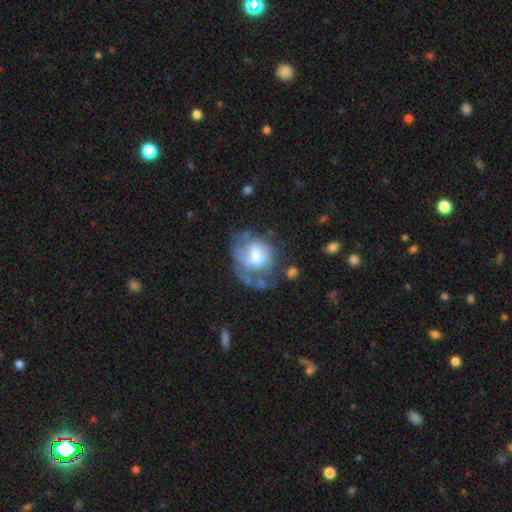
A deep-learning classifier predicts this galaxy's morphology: type=smooth (46%, tied with featured or disk); merging=none (37%).